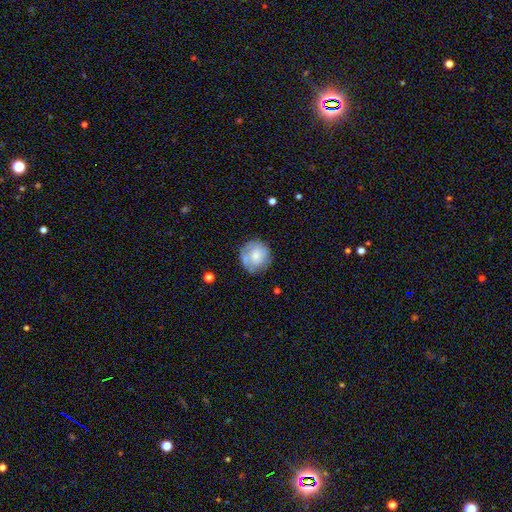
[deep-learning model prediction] Q: Smooth or featured?
A: smooth (62%); runner-up: featured or disk (30%)
Q: How rounded?
A: round (90%); runner-up: in between (9%)
Q: Merging?
A: none (67%); runner-up: minor disturbance (21%)